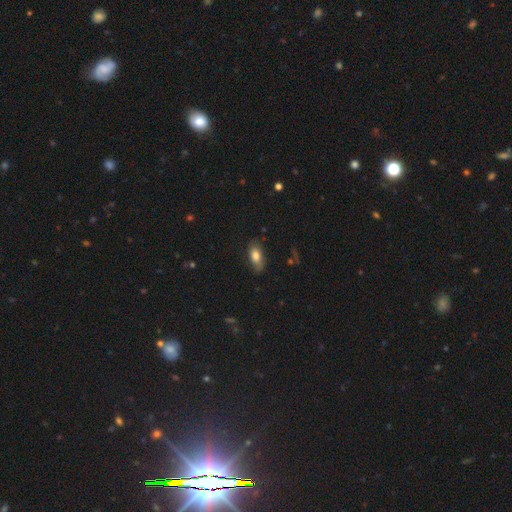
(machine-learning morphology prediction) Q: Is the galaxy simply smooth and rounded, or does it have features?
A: smooth — 78%.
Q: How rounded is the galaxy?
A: in between — 86%.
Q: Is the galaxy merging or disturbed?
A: none — 75%.